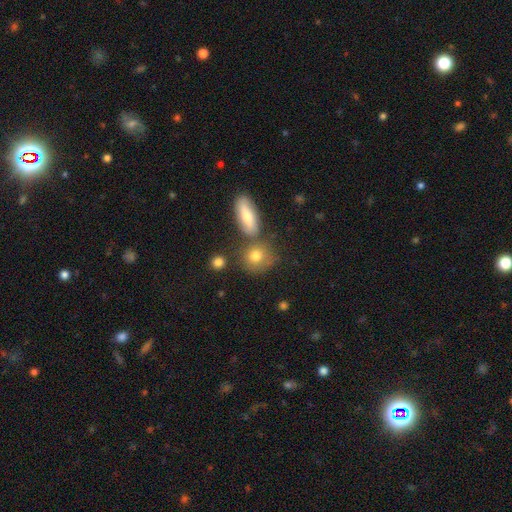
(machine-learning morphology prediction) This appears to be a smooth galaxy with no disk features (78%) that is round (69%). Merging: none (61%).